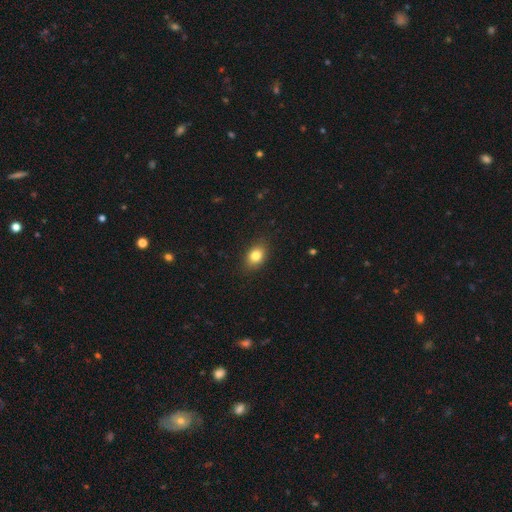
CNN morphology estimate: This appears to be a smooth galaxy with no disk features (82%) that is in between round and cigar-shaped (74%). Merging: none (87%).